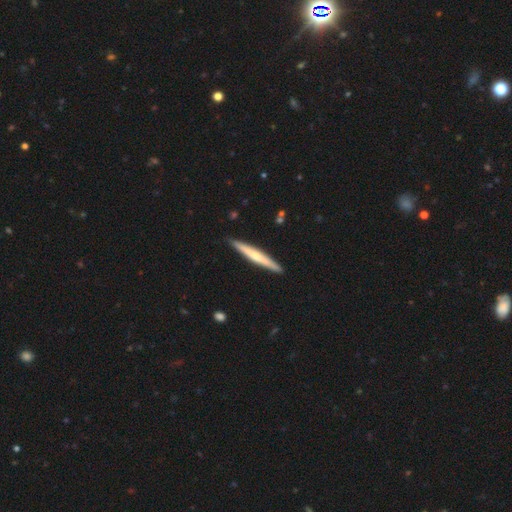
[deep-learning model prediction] smooth-or-featured: featured or disk: 51% | smooth: 44% | star or artifact: 5%
  disk-edge-on: yes: 97% | no: 3%
  merging: none: 91% | minor disturbance: 7% | major disturbance: 1% | merger: 1%